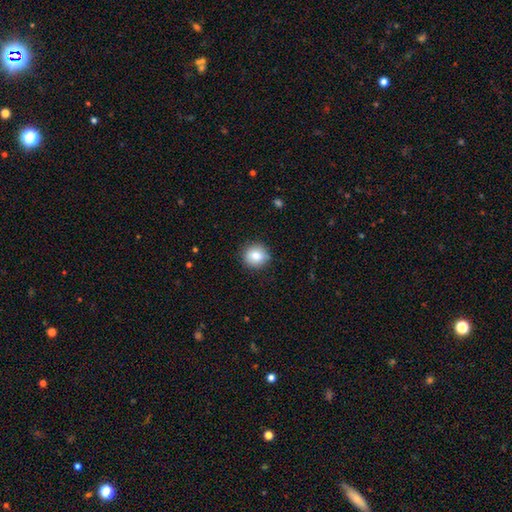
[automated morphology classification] This is clearly a smooth galaxy (83%). How rounded: clearly round (89%). Merging: clearly none (86%).